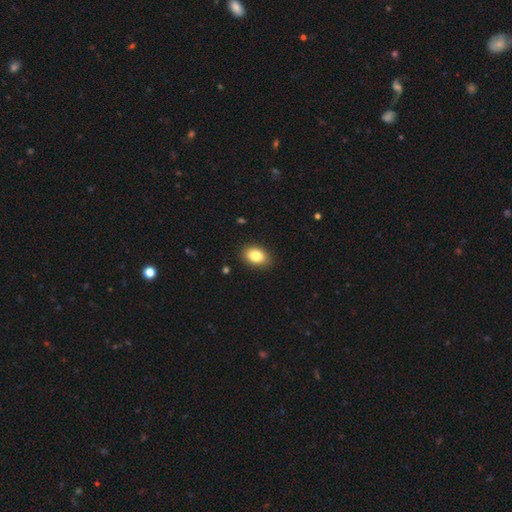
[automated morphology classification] The model was most divided on "how rounded": in between: 83%, round: 16%, cigar-shaped: 1%. More confident: merging — none (88%); smooth or featured — smooth (84%).